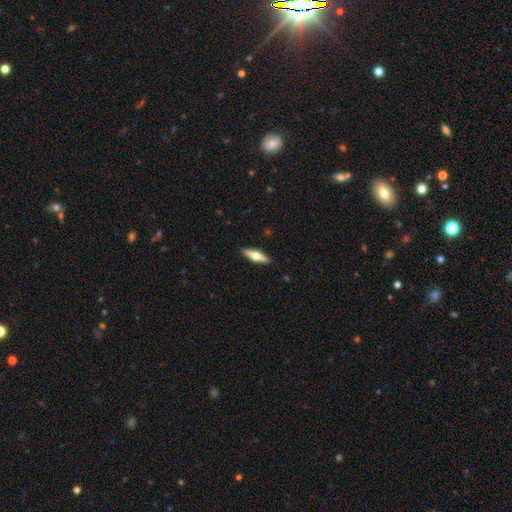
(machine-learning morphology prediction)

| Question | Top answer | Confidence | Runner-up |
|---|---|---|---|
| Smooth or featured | featured or disk | 52% | smooth (43%) |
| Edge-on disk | yes | 94% | no (6%) |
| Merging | none | 91% | minor disturbance (7%) |